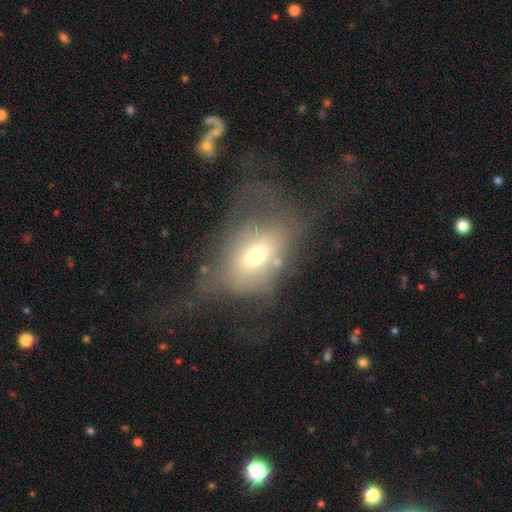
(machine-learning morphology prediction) Q: Smooth or featured?
A: smooth (54%); runner-up: featured or disk (34%)
Q: How rounded?
A: in between (73%); runner-up: round (23%)
Q: Merging?
A: major disturbance (49%); runner-up: none (25%)